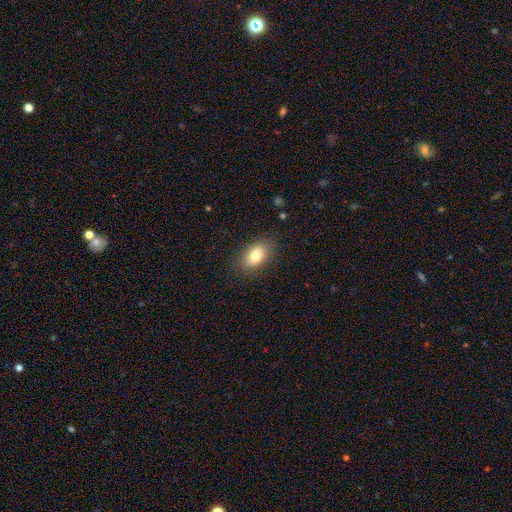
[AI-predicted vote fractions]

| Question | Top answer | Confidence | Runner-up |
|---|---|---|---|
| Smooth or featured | smooth | 79% | featured or disk (13%) |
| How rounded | in between | 87% | round (10%) |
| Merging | none | 83% | minor disturbance (12%) |